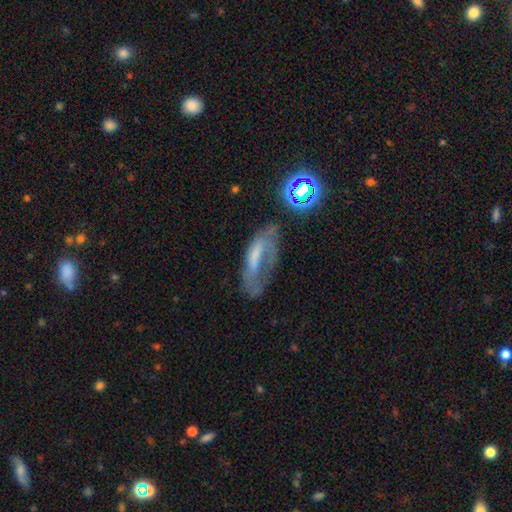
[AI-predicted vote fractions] A featured or disk galaxy (48%). Merging: none (38%).